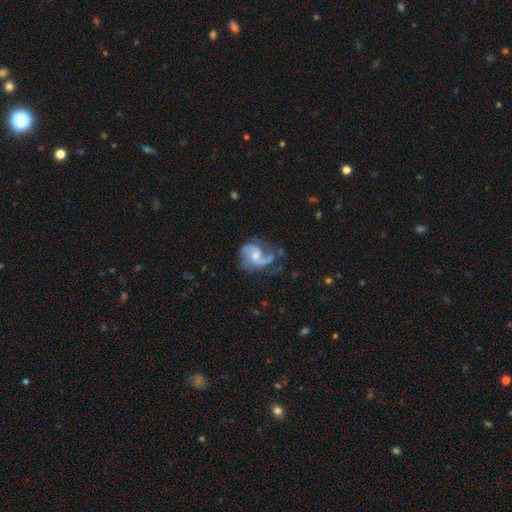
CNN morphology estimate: A featured or disk galaxy (85%) with no bar (45%, tied with weak), 2 (77%) medium (47%) spiral arms (95%) and a moderate central bulge (45%).

Vote fractions:
- Smooth or featured? featured or disk: 85% / smooth: 9% / star or artifact: 6%
- Edge-on disk? no: 98% / yes: 2%
- Bar? no: 45% (tied) / weak: 45% (tied) / strong: 9%
- Spiral arms? yes: 95% / no: 5%
- Spiral winding? medium: 47% / loose: 41% / tight: 12%
- Spiral arm count? 2: 77% / 1: 9% / 3: 6% / can't tell: 5% / 4: 2% / more than 4: 2%
- Bulge size? moderate: 45% / small: 36% / none: 12% / large: 6% / dominant: 1%
- Merging? none: 49% / major disturbance: 24% / minor disturbance: 23% / merger: 4%